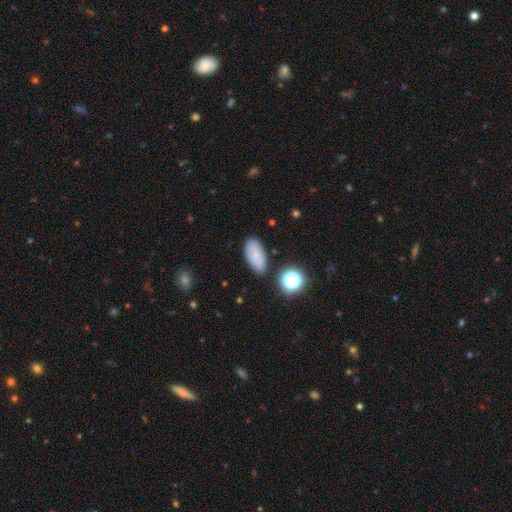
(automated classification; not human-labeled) This appears to be a smooth galaxy with no disk features (70%) that is in between round and cigar-shaped (91%). Merging: none (80%).